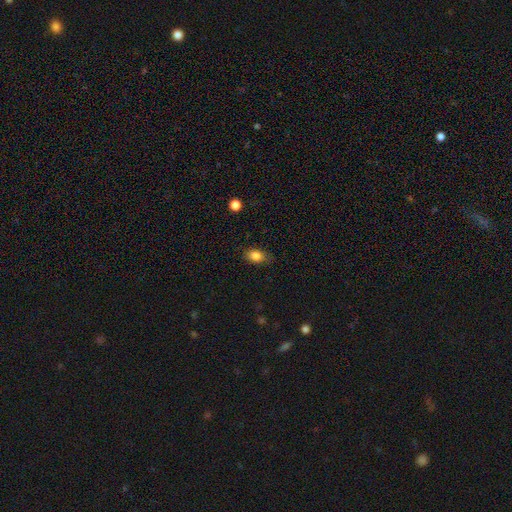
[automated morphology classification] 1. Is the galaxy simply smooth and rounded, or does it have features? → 84% smooth, 9% star or artifact, 7% featured or disk.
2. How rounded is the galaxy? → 79% in between, 19% round, 2% cigar-shaped.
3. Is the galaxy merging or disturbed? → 80% none, 16% minor disturbance, 3% major disturbance, 1% merger.